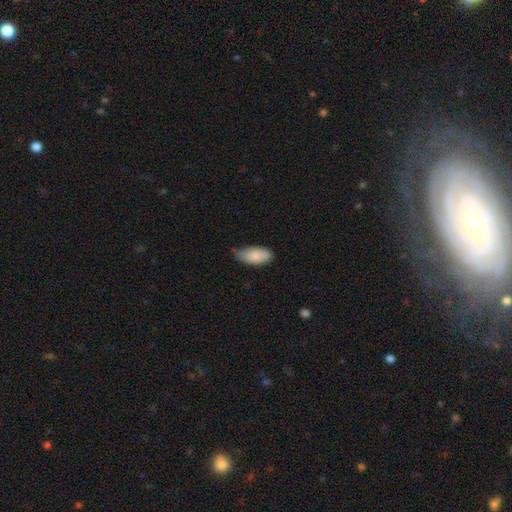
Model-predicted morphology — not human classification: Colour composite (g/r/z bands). It shows a smooth galaxy with no disk features (86%) that is in between round and cigar-shaped (89%). Merging: none (59%).